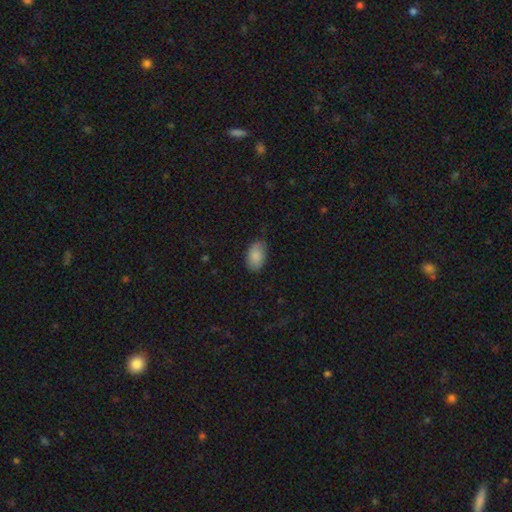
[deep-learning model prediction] smooth-or-featured: smooth: 85% | featured or disk: 8% | star or artifact: 7%
  how-rounded: in between: 92% | round: 7% | cigar-shaped: 1%
  merging: none: 75% | minor disturbance: 20% | major disturbance: 4% | merger: 1%